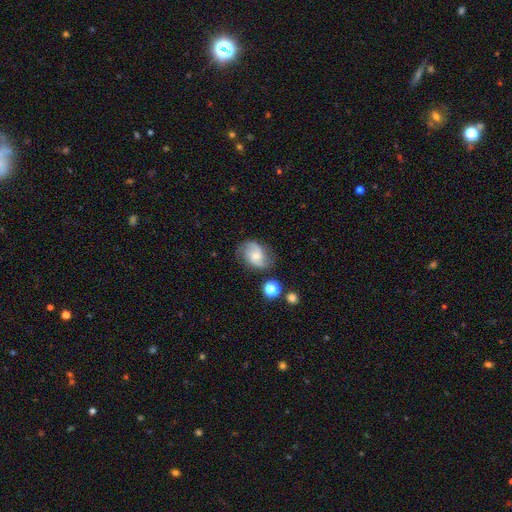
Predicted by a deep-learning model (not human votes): Smooth or featured? featured or disk (68%)
Edge-on disk? no (97%)
Bar? no (55%)
Spiral arms? yes (93%)
Spiral winding? medium (44%)
Spiral arm count? 2 (83%)
Bulge size? small (48%)
Merging? none (70%)